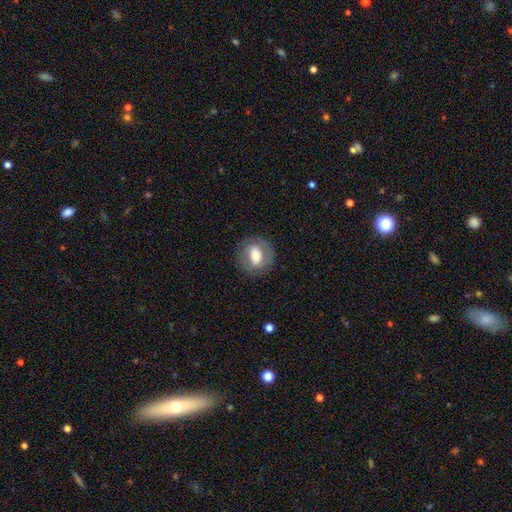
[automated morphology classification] Smooth or featured? Predicted: smooth (p=0.51). How rounded? Predicted: round (p=0.69). Merging? Predicted: none (p=0.83).